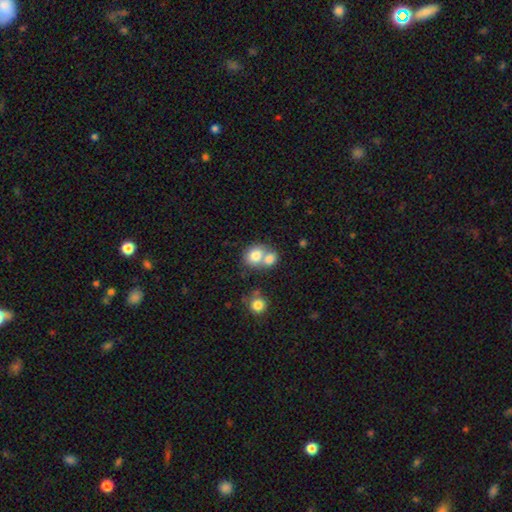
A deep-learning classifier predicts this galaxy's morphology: Smooth or featured? smooth (78%)
How rounded? round (57%)
Merging? merger (57%)